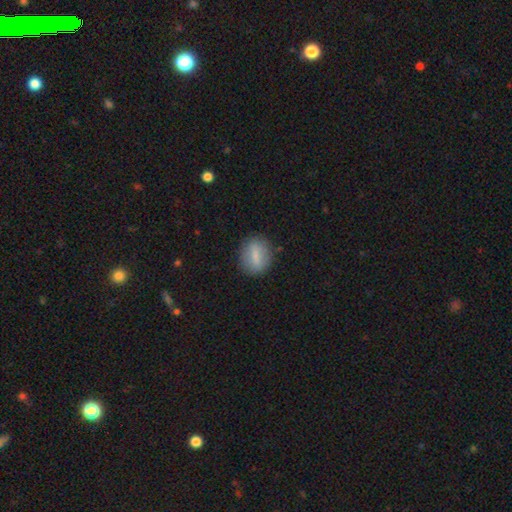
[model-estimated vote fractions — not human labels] This appears to be a smooth galaxy with no disk features (70%) that is in between round and cigar-shaped (50%). Merging: none (82%).